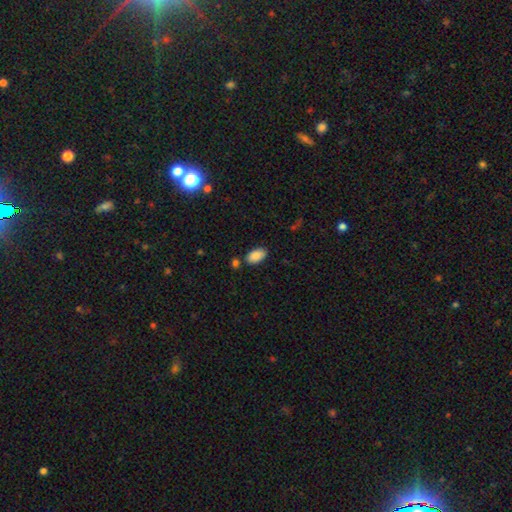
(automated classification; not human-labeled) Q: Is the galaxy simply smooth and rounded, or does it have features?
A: smooth — 89%.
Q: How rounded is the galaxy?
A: in between — 95%.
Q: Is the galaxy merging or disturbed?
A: none — 77%.